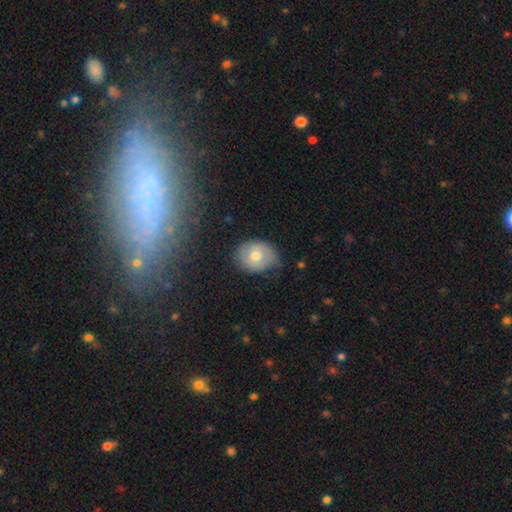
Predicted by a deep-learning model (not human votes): Overall: smooth (67%). How rounded: round (63%; in between 36%). Merging: none (63%; minor disturbance 29%).